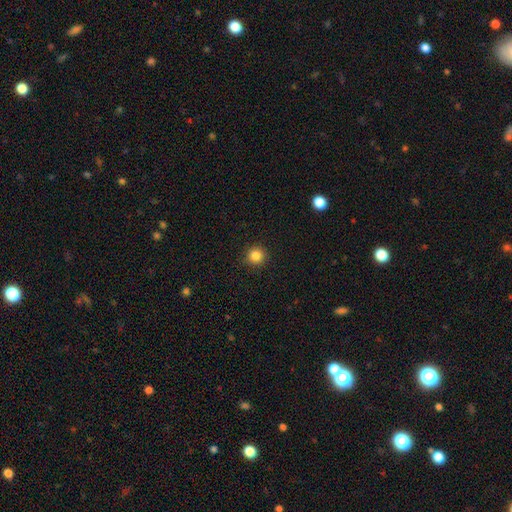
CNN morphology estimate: smooth 84%, star or artifact 12%, featured or disk 4%. Down the decision tree: how rounded — round (93%); merging — none (90%).